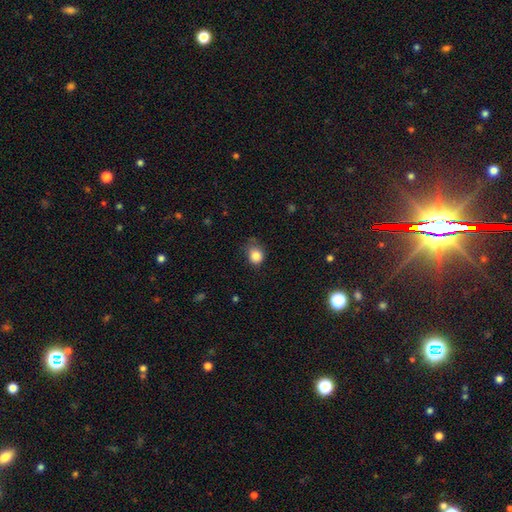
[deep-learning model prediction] A smooth galaxy with no disk features (85%) that is round (69%).

Vote fractions:
- Smooth or featured? smooth: 85% / star or artifact: 10% / featured or disk: 5%
- How rounded? round: 69% / in between: 30% / cigar-shaped: 1%
- Merging? none: 60% / minor disturbance: 30% / major disturbance: 8% / merger: 2%